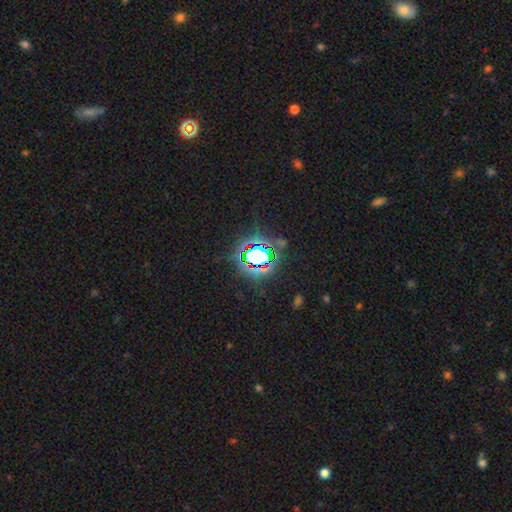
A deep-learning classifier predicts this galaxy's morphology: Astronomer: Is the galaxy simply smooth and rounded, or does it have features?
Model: star or artifact — 79%.